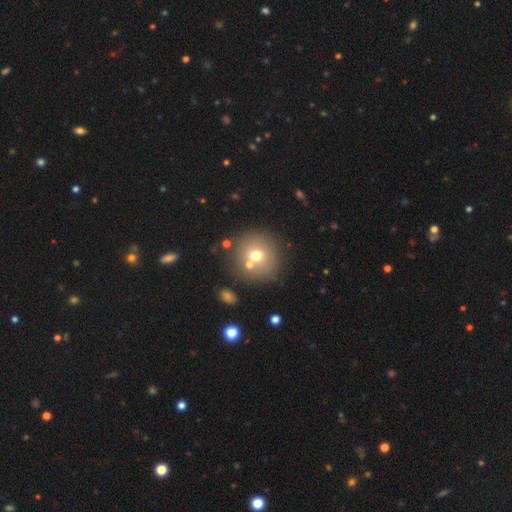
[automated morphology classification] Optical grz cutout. It shows a smooth galaxy with no disk features (66%) that is round (92%). Merging: none (73%).